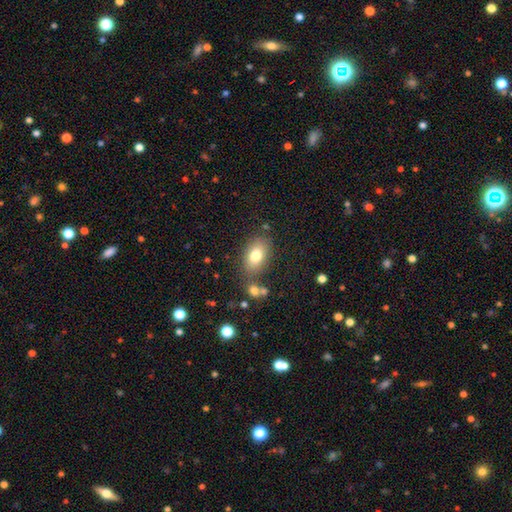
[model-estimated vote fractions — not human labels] The model was most divided on "merging": none: 74%, minor disturbance: 14%, merger: 8%, major disturbance: 4%. More confident: how rounded — in between (86%); smooth or featured — smooth (78%).